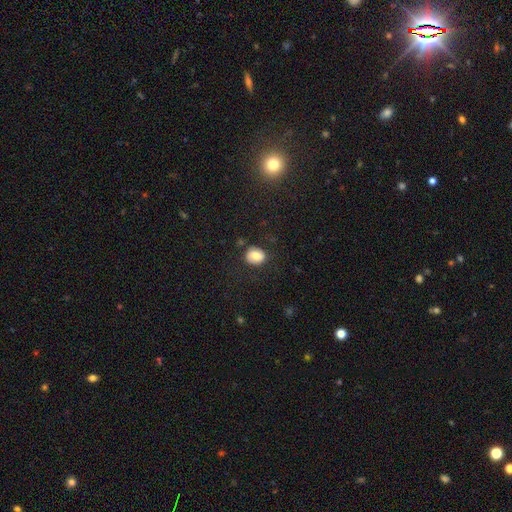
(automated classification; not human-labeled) smooth-or-featured: smooth: 74% | featured or disk: 16% | star or artifact: 9%
  how-rounded: round: 65% | in between: 34% | cigar-shaped: 1%
  merging: none: 80% | minor disturbance: 13% | major disturbance: 5% | merger: 2%